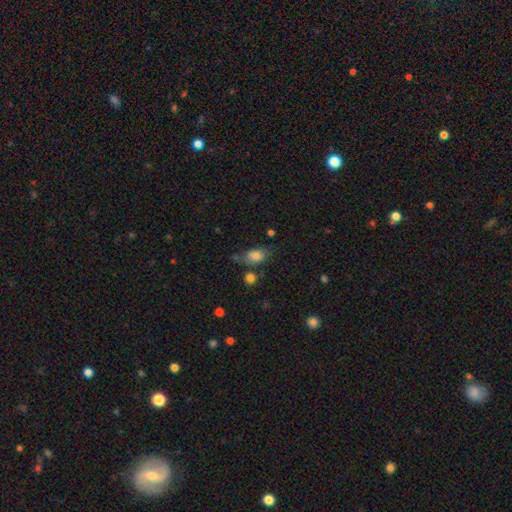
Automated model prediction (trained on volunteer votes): Smooth or featured? smooth (79%)
How rounded? in between (83%)
Merging? none (64%)